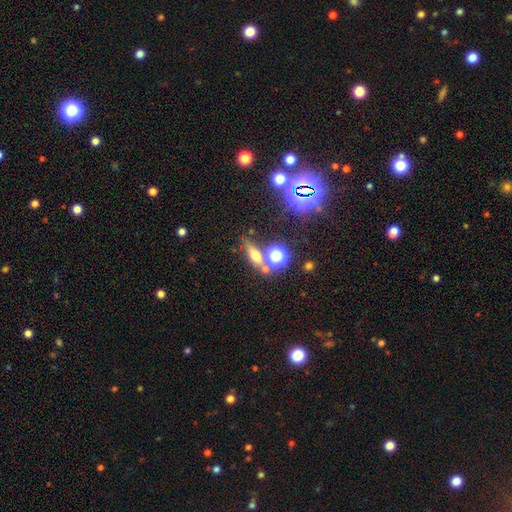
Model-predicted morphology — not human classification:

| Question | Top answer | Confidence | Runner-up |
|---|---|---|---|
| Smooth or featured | smooth | 48% | featured or disk (26%) |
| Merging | none | 68% | merger (16%) |